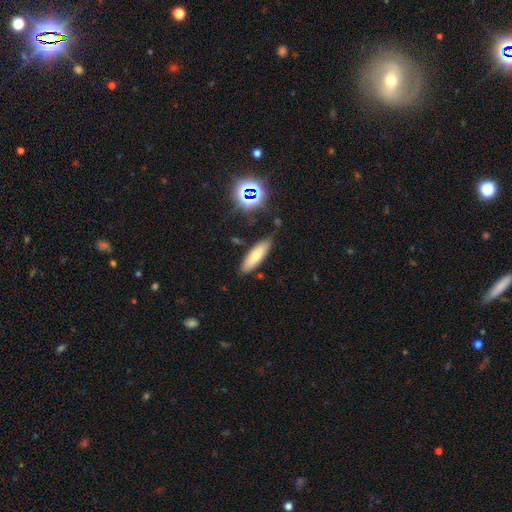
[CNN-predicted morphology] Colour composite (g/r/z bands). It shows a smooth galaxy with no disk features (64%) that is cigar-shaped (52%). Merging: none (81%).